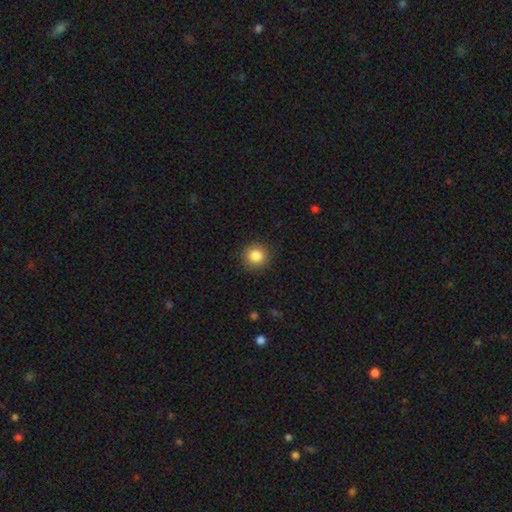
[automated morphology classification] This is clearly a smooth galaxy (85%). How rounded: clearly round (94%). Merging: clearly none (91%).